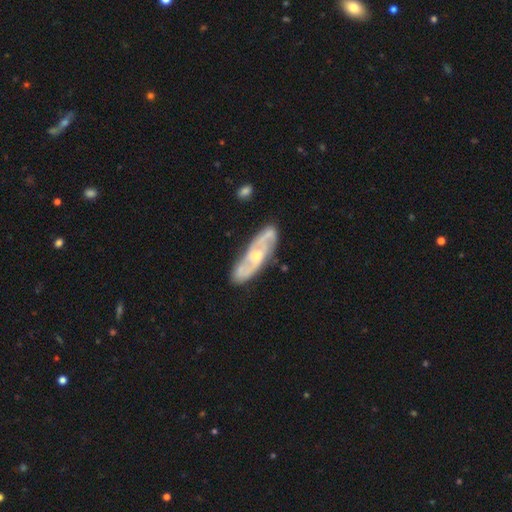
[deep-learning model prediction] This is likely a featured or disk galaxy (79%). It is clearly not viewed edge-on (82%). Bar: possibly no (53%). Spiral arm pattern: clearly yes (89%). Spiral arm count: likely 2 (69%). Spiral winding: possibly medium (47%). Central bulge: possibly moderate (54%). Merging: likely none (80%).